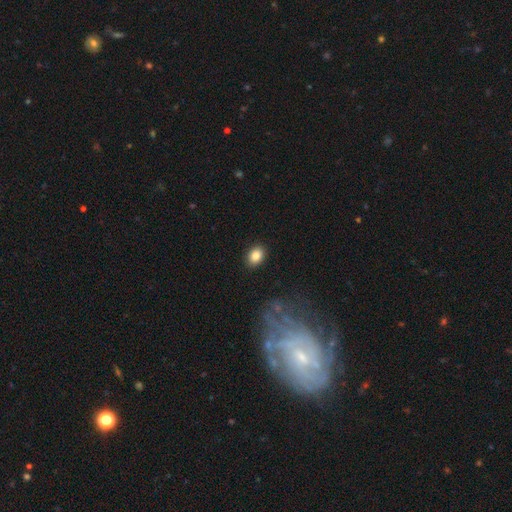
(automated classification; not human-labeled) Morphology: type=smooth (86%); roundness=in between (72%); merging=none (88%).